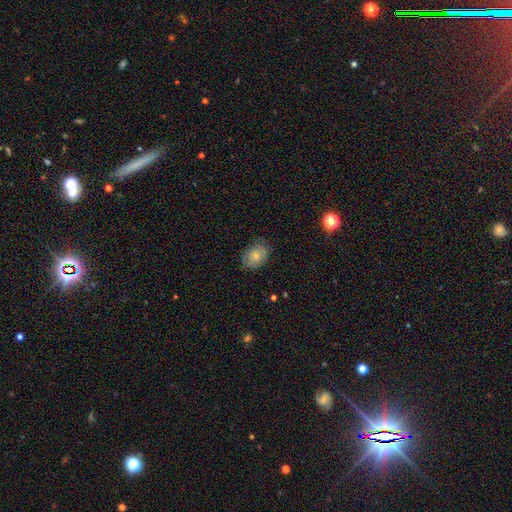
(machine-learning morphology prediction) Smooth or featured: smooth — 74% (featured or disk — 18%)
How rounded: in between — 74% (round — 25%)
Merging: none — 75% (minor disturbance — 19%)